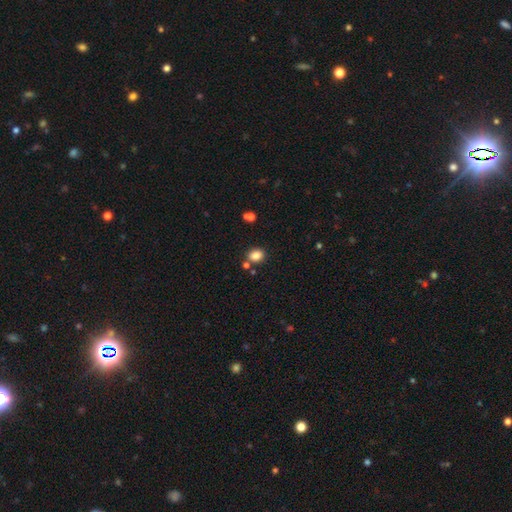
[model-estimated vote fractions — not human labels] A smooth galaxy with no disk features (84%) that is in between round and cigar-shaped (52%).

Vote fractions:
- Smooth or featured? smooth: 84% / star or artifact: 11% / featured or disk: 5%
- How rounded? in between: 52% / round: 47% / cigar-shaped: 1%
- Merging? none: 76% / merger: 11% / minor disturbance: 10% / major disturbance: 3%